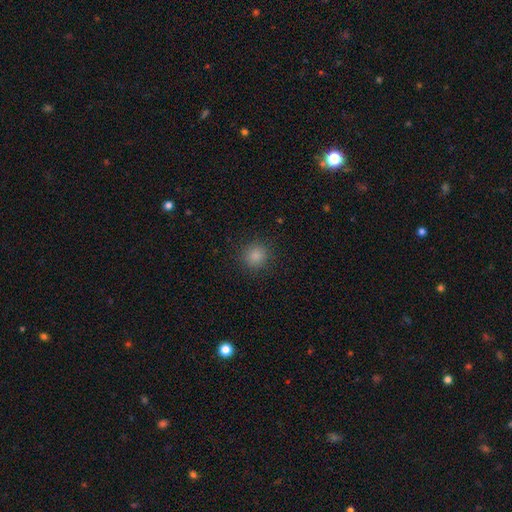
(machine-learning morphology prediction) type=smooth (85%); roundness=round (91%); merging=none (89%).